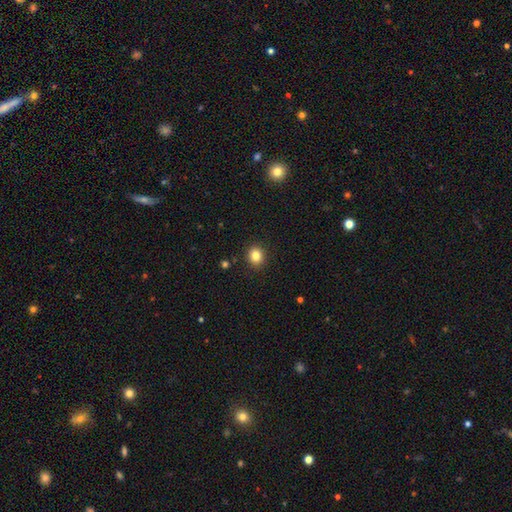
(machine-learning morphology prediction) Smooth or featured? smooth (82%)
How rounded? round (82%)
Merging? none (91%)